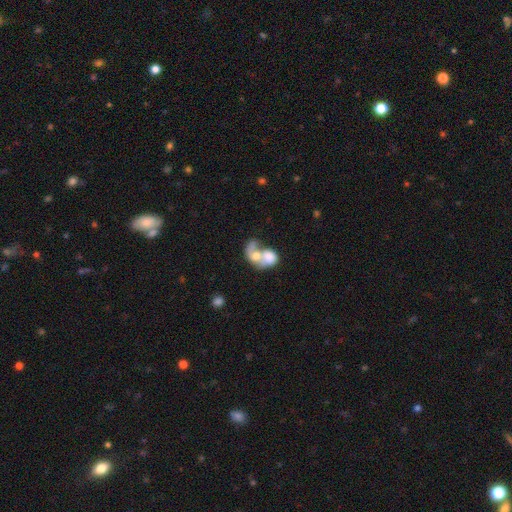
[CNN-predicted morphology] Q: Smooth or featured?
A: smooth (54%); runner-up: featured or disk (39%)
Q: How rounded?
A: in between (60%); runner-up: round (38%)
Q: Merging?
A: merger (81%); runner-up: major disturbance (8%)